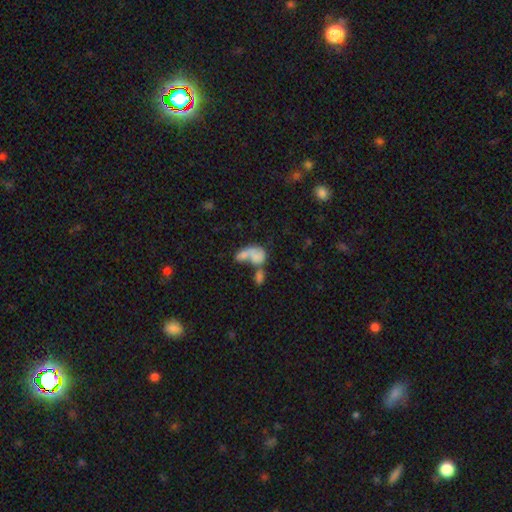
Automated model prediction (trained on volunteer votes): Morphology: type=smooth (60%); roundness=in between (81%); merging=merger (65%).